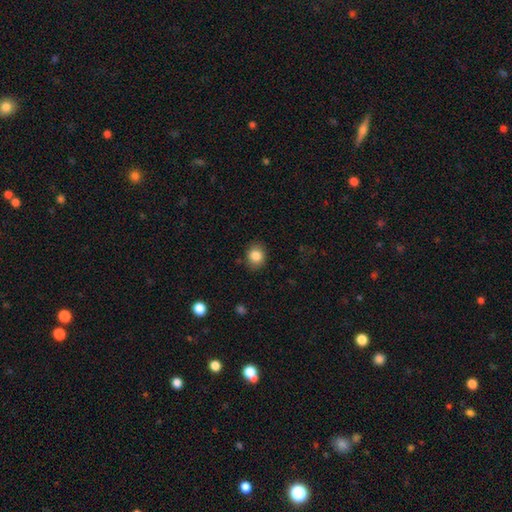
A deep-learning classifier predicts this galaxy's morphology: type=smooth (85%); roundness=round (65%); merging=none (86%).